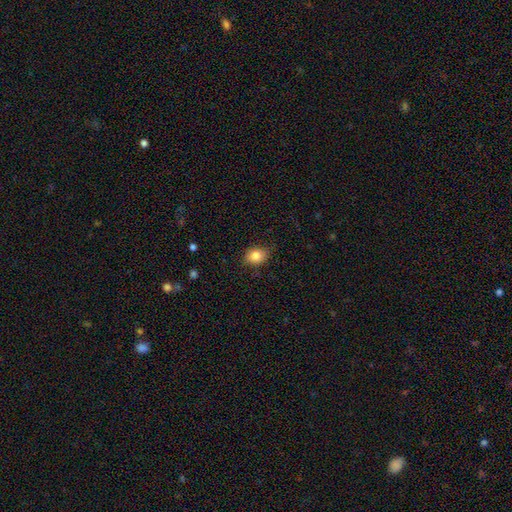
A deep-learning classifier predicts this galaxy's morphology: This is clearly a smooth galaxy (85%). How rounded: likely in between (65%). Merging: clearly none (80%).